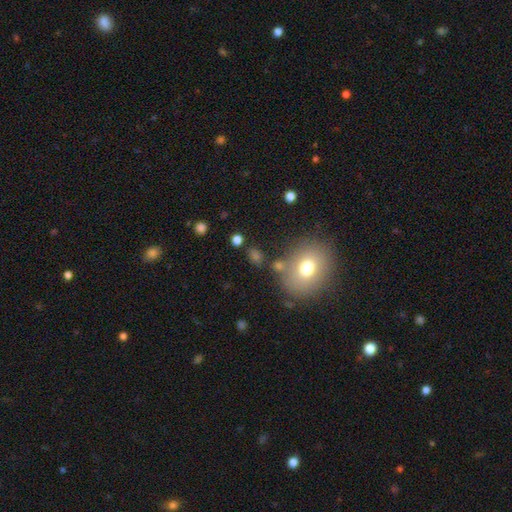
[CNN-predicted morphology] The model was most divided on "how rounded": round: 52%, in between: 44%, cigar-shaped: 4%. More confident: merging — none (74%); smooth or featured — smooth (64%).